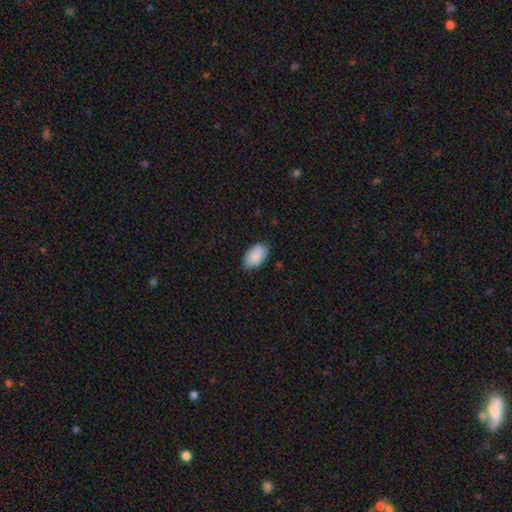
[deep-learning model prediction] Smooth or featured? smooth (87%)
How rounded? in between (94%)
Merging? none (79%)